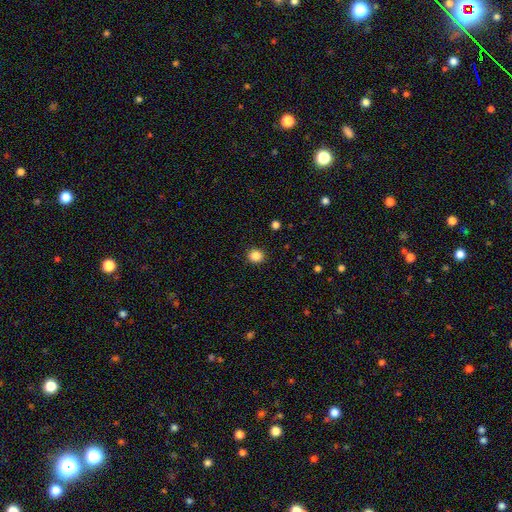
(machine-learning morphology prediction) Overall: smooth (86%). How rounded: round (86%). Merging: none (92%).